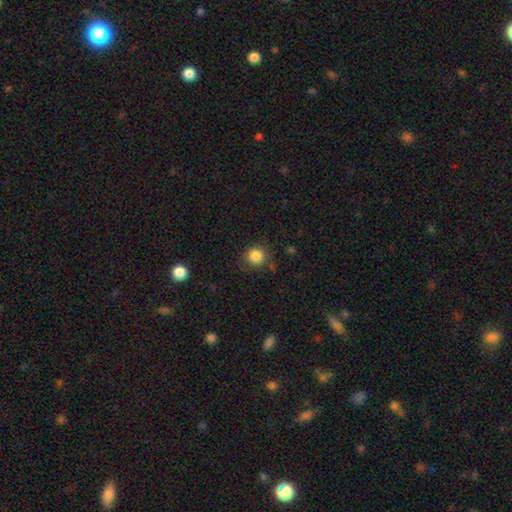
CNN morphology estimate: Smooth or featured? Predicted: smooth (p=0.85). How rounded? Predicted: round (p=0.90). Merging? Predicted: none (p=0.81).